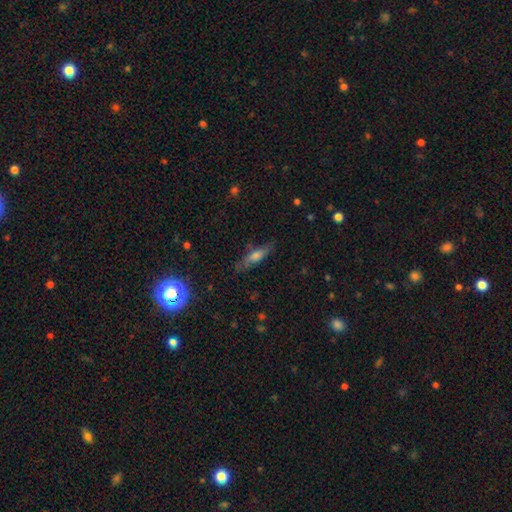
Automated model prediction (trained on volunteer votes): smooth 58%, featured or disk 32%, star or artifact 9%. Down the decision tree: how rounded — cigar-shaped (60%); merging — none (74%).